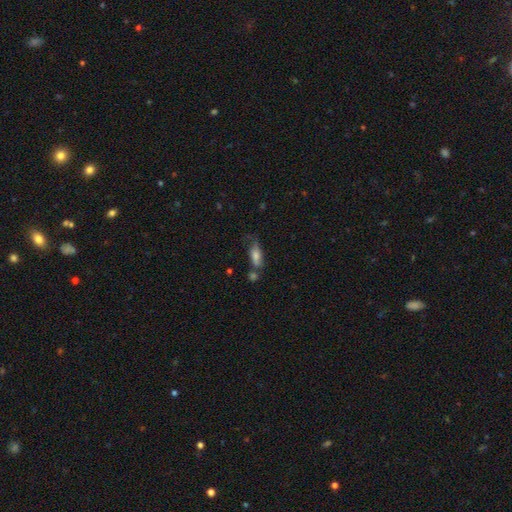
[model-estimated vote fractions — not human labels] Smooth or featured: smooth — 59% (featured or disk — 28%)
How rounded: in between — 69% (cigar-shaped — 25%)
Merging: none — 41% (minor disturbance — 23%)